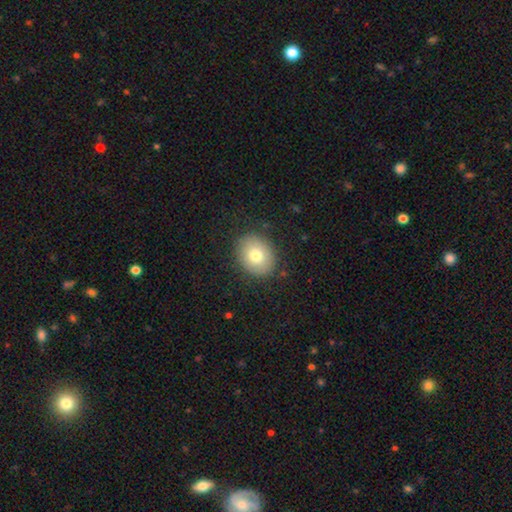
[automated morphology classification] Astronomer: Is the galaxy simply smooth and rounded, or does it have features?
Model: smooth — 75%.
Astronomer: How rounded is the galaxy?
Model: round — 52% (runner-up: in between, 47%).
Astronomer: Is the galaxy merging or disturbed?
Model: none — 85%.